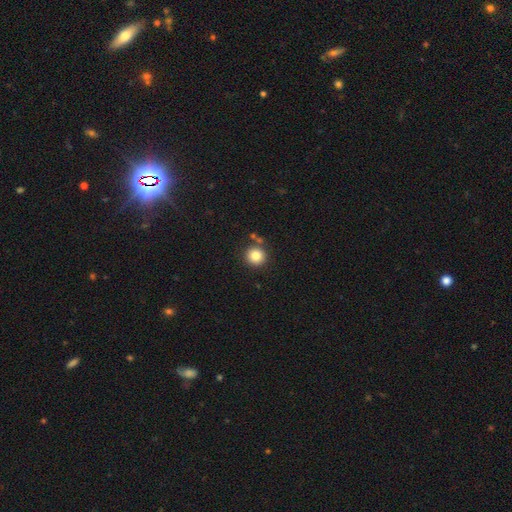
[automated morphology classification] This appears to be a smooth galaxy with no disk features (83%) that is round (93%). Merging: none (83%).